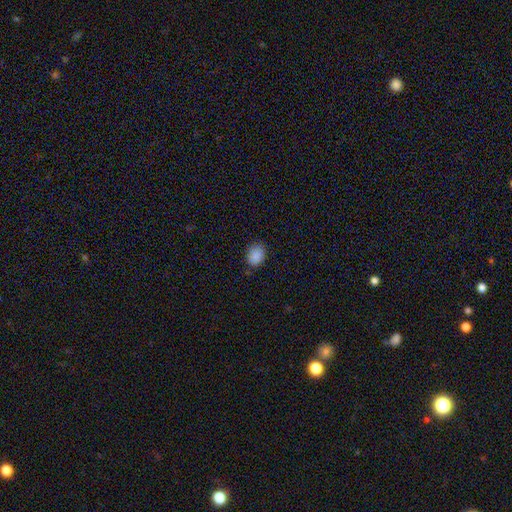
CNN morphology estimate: type=smooth (88%); roundness=in between (64%); merging=none (80%).